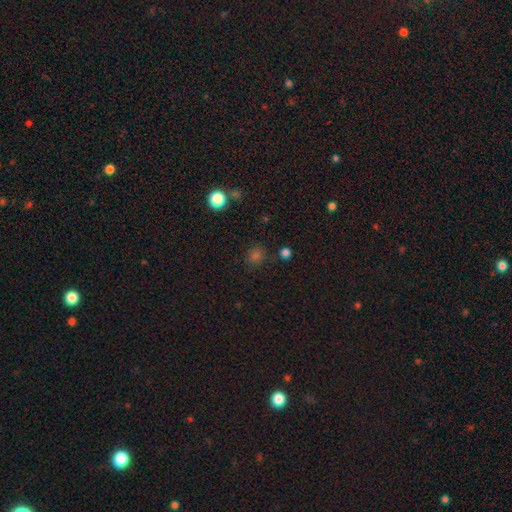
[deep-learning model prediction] Overall: smooth (69%). How rounded: round (80%). Merging: none (83%).